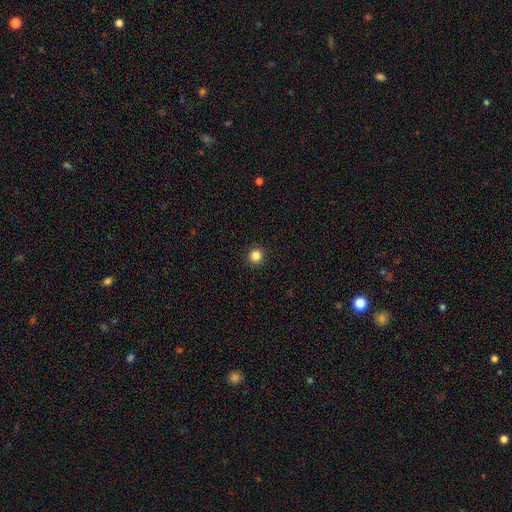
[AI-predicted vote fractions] Smooth or featured? Predicted: smooth (p=0.85). How rounded? Predicted: round (p=0.95). Merging? Predicted: none (p=0.93).